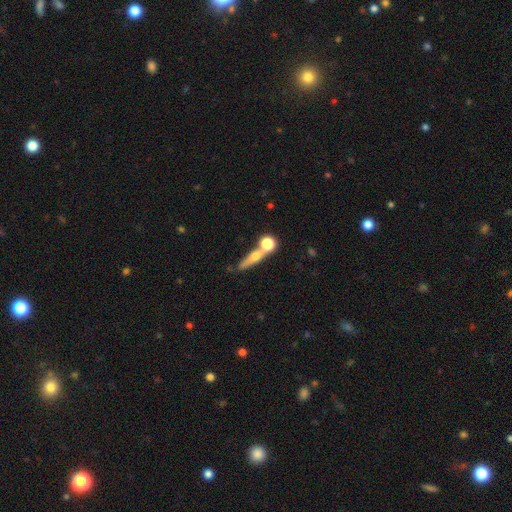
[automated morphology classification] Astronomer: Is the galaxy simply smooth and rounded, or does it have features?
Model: smooth — 50% (runner-up: featured or disk, 39%).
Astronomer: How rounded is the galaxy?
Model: cigar-shaped — 57%.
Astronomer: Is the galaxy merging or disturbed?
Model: none — 44% (runner-up: merger, 37%).